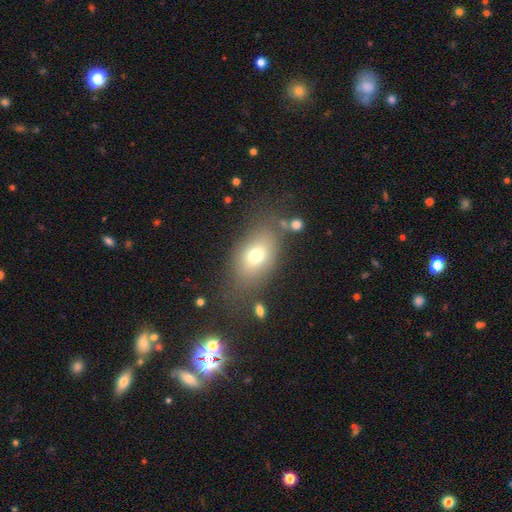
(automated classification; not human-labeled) smooth_or_featured: smooth (p=0.71) [alt: featured or disk p=0.17]
how_rounded: in between (p=0.81) [alt: round p=0.16]
merging: none (p=0.69) [alt: minor disturbance p=0.16]